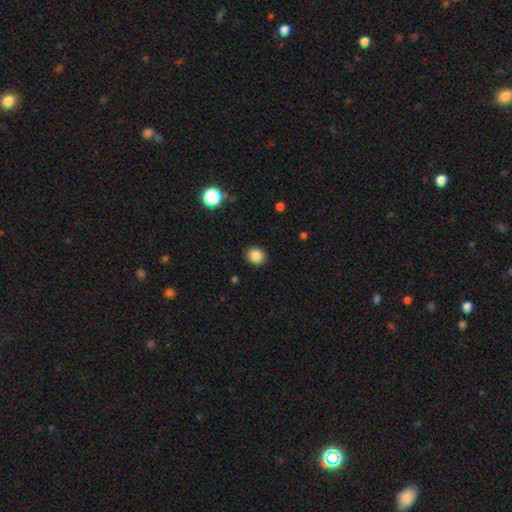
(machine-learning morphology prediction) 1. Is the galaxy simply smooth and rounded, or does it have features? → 87% smooth, 10% star or artifact, 4% featured or disk.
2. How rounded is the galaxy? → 71% round, 28% in between, 1% cigar-shaped.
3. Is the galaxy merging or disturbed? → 90% none, 7% minor disturbance, 2% major disturbance, 1% merger.